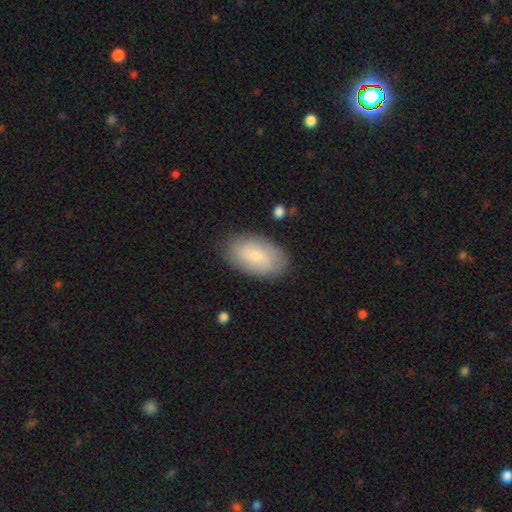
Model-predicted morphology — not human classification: smooth 58%, featured or disk 35%, star or artifact 7%. Down the decision tree: how rounded — in between (93%); merging — none (83%).